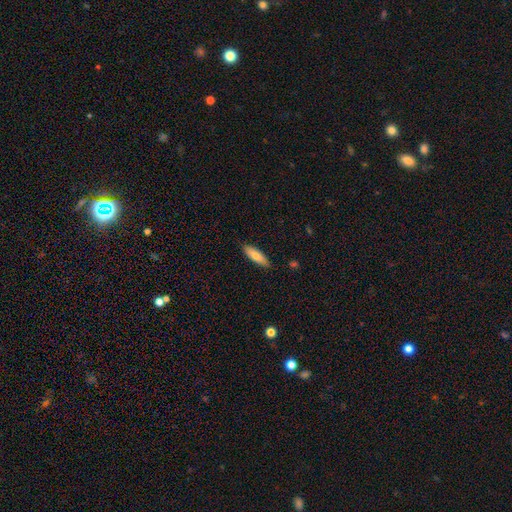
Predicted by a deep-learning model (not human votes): Smooth or featured? smooth (82%)
How rounded? cigar-shaped (54%)
Merging? none (85%)